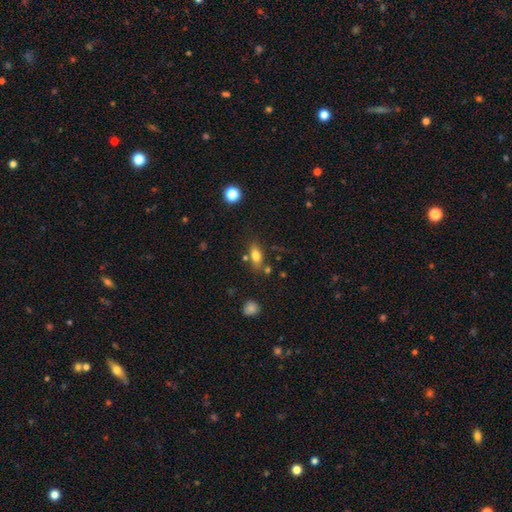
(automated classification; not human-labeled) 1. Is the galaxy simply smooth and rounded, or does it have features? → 76% smooth, 14% featured or disk, 10% star or artifact.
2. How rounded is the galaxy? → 81% in between, 10% cigar-shaped, 9% round.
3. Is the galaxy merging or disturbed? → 68% none, 16% minor disturbance, 11% merger, 5% major disturbance.